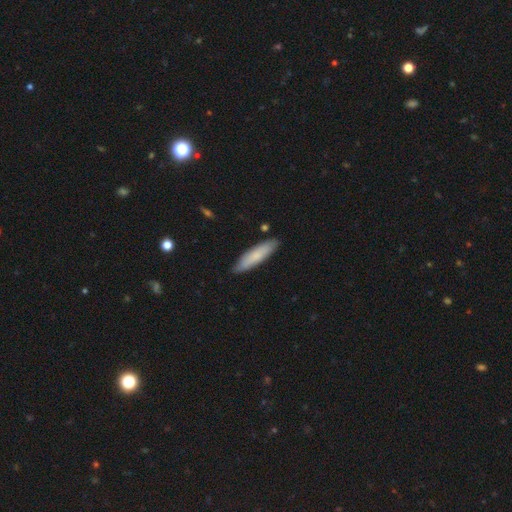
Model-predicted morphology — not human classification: Q: Smooth or featured?
A: smooth (75%); runner-up: featured or disk (19%)
Q: How rounded?
A: cigar-shaped (76%); runner-up: in between (23%)
Q: Merging?
A: none (87%); runner-up: minor disturbance (10%)